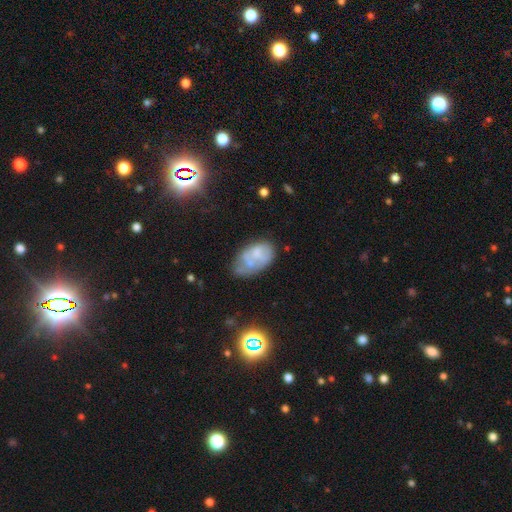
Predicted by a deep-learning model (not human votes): A smooth galaxy with no disk features (47%). Merging: none (38%).